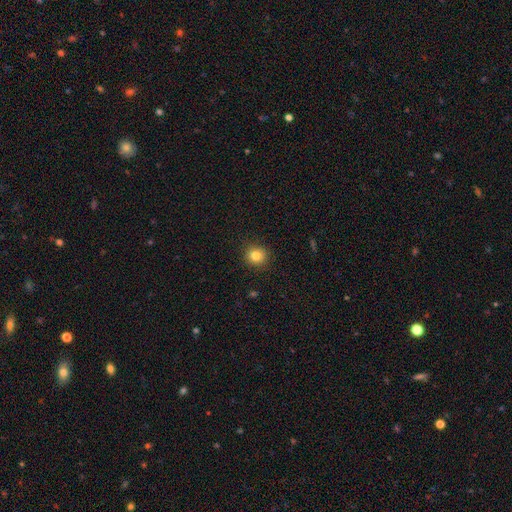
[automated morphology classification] This appears to be a smooth galaxy with no disk features (83%) that is round (89%). Merging: none (91%).